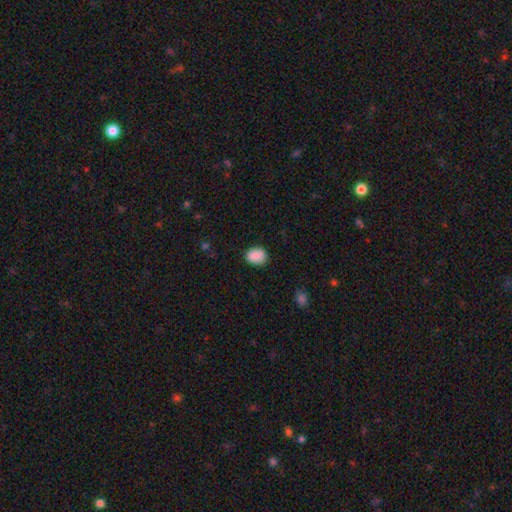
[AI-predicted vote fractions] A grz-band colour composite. It shows a smooth galaxy with no disk features (88%) that is in between round and cigar-shaped (57%). Merging: none (82%).